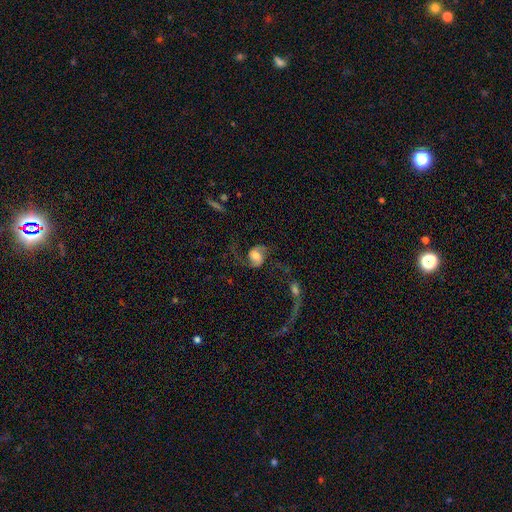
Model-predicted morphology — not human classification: Q: Smooth or featured?
A: featured or disk (71%); runner-up: smooth (21%)
Q: Edge-on disk?
A: no (97%); runner-up: yes (3%)
Q: Bar?
A: no (49%); runner-up: weak (38%)
Q: Spiral arms?
A: yes (93%); runner-up: no (7%)
Q: Spiral winding?
A: loose (68%); runner-up: medium (26%)
Q: Spiral arm count?
A: 2 (89%); runner-up: 1 (6%)
Q: Bulge size?
A: moderate (50%); runner-up: large (27%)
Q: Merging?
A: none (54%); runner-up: major disturbance (23%)